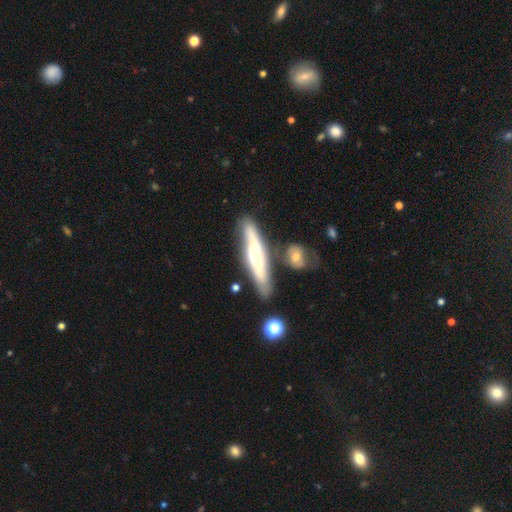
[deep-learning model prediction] This is possibly a featured or disk galaxy (56%). It is clearly viewed edge-on (80%). Merging: likely none (73%).